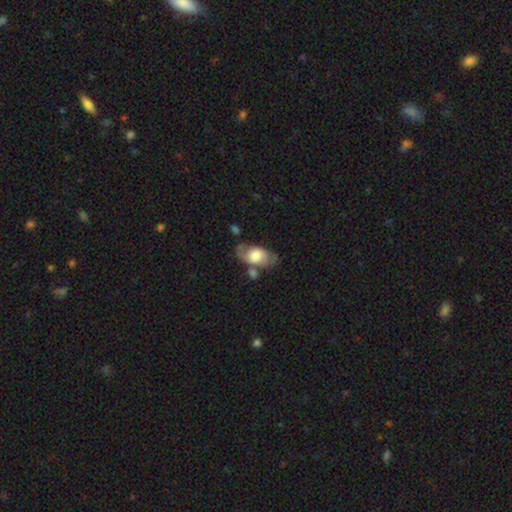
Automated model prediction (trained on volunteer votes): The model was most divided on "smooth or featured" (2-way tie): smooth: 47%, featured or disk: 47%, star or artifact: 6%. More confident: merging — none (54%).